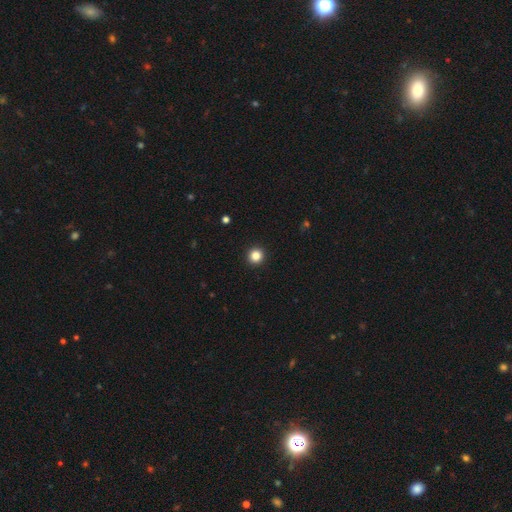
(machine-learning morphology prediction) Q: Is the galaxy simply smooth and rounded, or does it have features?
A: smooth — 85%.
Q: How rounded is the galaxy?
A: round — 96%.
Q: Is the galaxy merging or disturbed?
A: none — 94%.